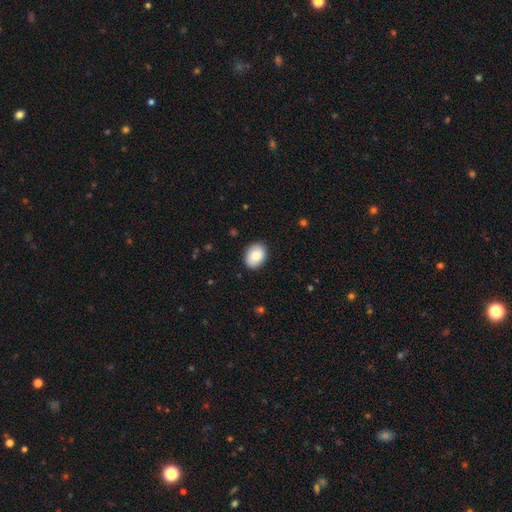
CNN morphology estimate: Overall: smooth (85%). How rounded: in between (67%; round 32%). Merging: none (87%).